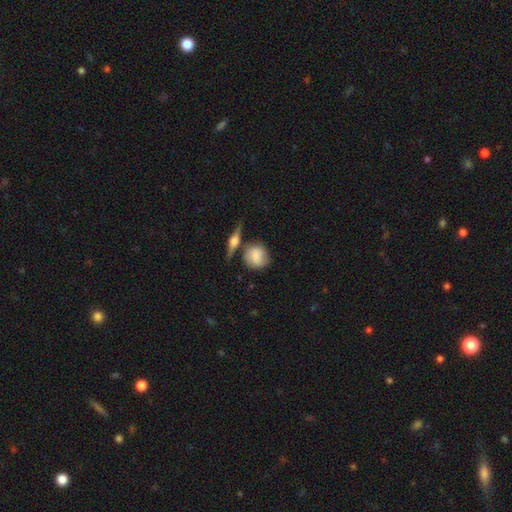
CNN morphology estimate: Q: Smooth or featured?
A: smooth (66%); runner-up: featured or disk (26%)
Q: How rounded?
A: round (81%); runner-up: in between (17%)
Q: Merging?
A: none (60%); runner-up: minor disturbance (20%)